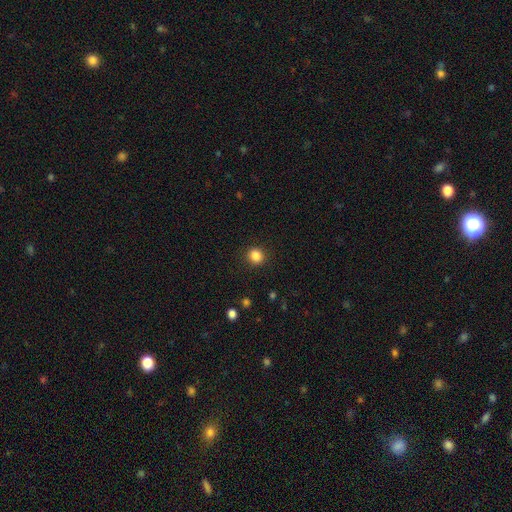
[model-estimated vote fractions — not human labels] A smooth galaxy with no disk features (86%) that is round (78%). Merging: none (89%).